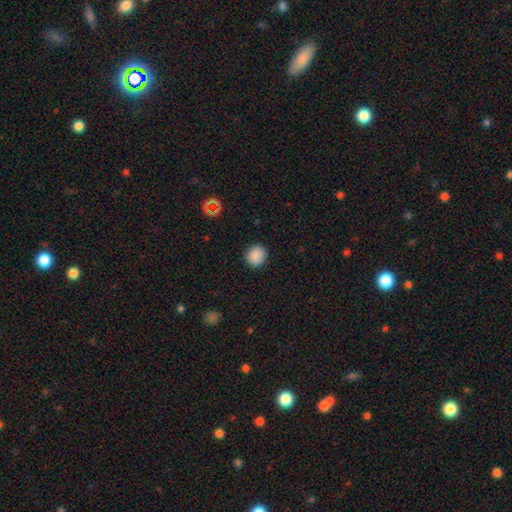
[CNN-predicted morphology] The model was most divided on "how rounded": round: 88%, in between: 11%, cigar-shaped: 1%. More confident: merging — none (90%); smooth or featured — smooth (87%).